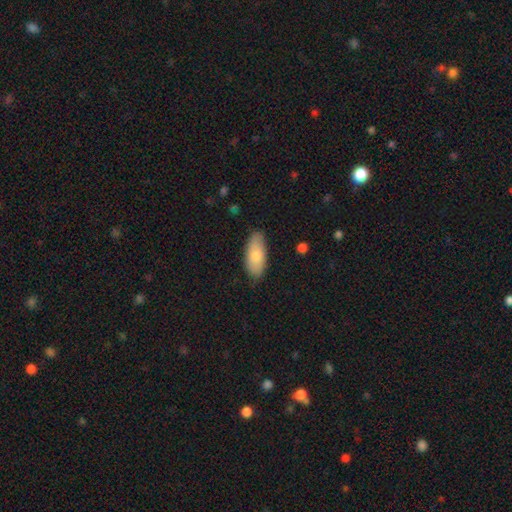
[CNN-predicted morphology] smooth_or_featured: smooth (p=0.81) [alt: featured or disk p=0.14]
how_rounded: in between (p=0.86) [alt: cigar-shaped p=0.12]
merging: none (p=0.80) [alt: minor disturbance p=0.16]